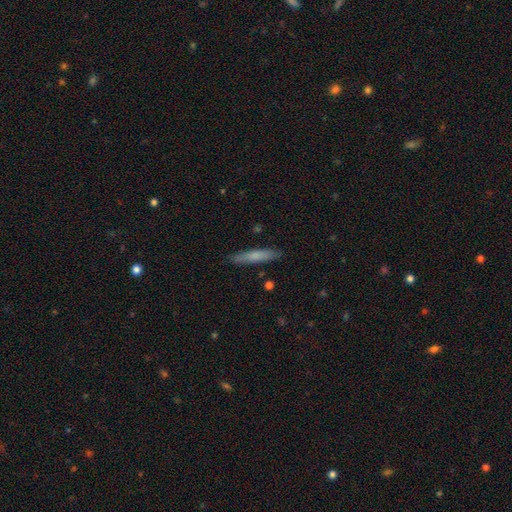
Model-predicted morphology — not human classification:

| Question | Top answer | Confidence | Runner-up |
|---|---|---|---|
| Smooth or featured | smooth | 70% | featured or disk (24%) |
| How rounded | cigar-shaped | 91% | in between (8%) |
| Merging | none | 87% | minor disturbance (10%) |